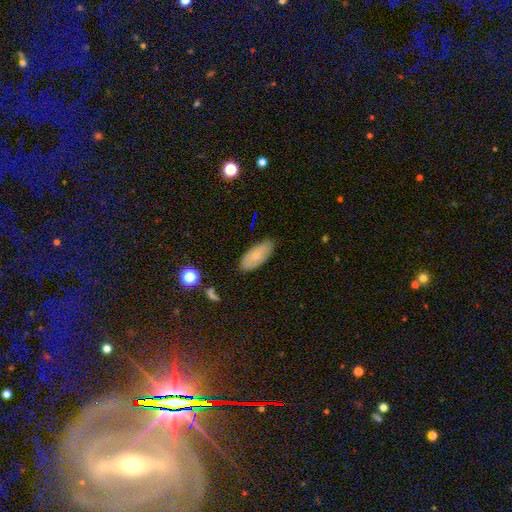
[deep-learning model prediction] Smooth or featured? smooth (65%)
How rounded? in between (88%)
Merging? none (79%)